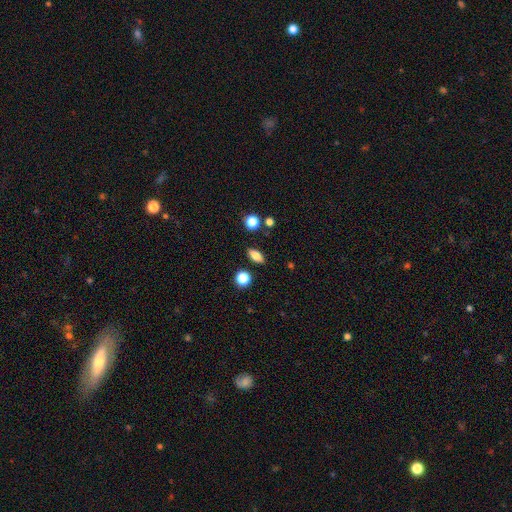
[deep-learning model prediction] Overall: smooth (79%). How rounded: in between (79%). Merging: none (87%).